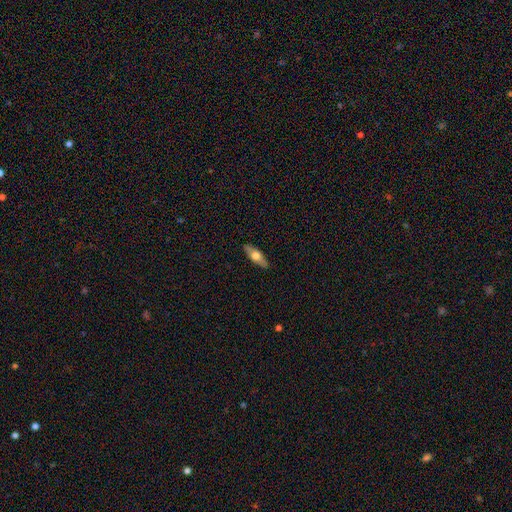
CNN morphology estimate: A smooth galaxy with no disk features (54%) that is in between round and cigar-shaped (59%). Merging: none (89%).